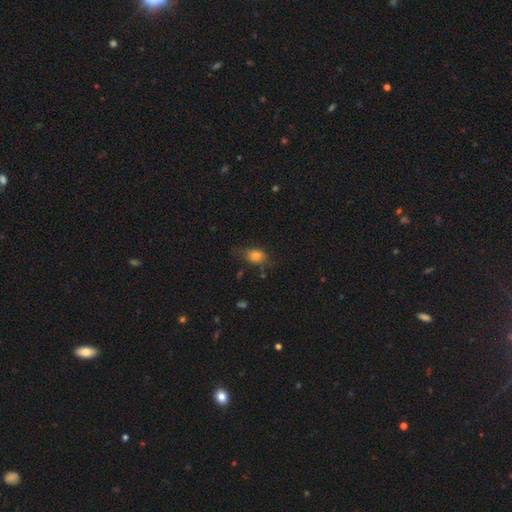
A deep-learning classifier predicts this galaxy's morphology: type=smooth (80%); roundness=in between (71%); merging=none (62%).